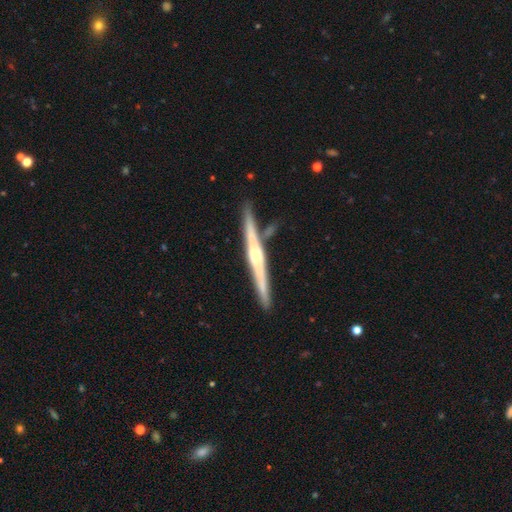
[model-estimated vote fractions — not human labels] This is likely a featured or disk galaxy (74%). It is clearly viewed edge-on (98%). Edge-on bulge: possibly rounded (57%). Merging: clearly none (83%).